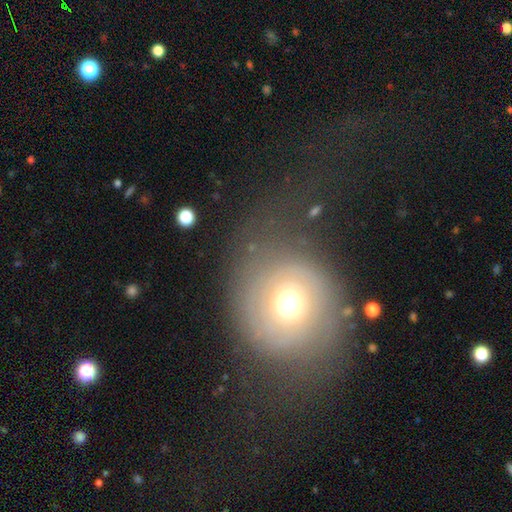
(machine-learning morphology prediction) Smooth or featured? smooth (45%)
Merging? major disturbance (41%, tied with none)